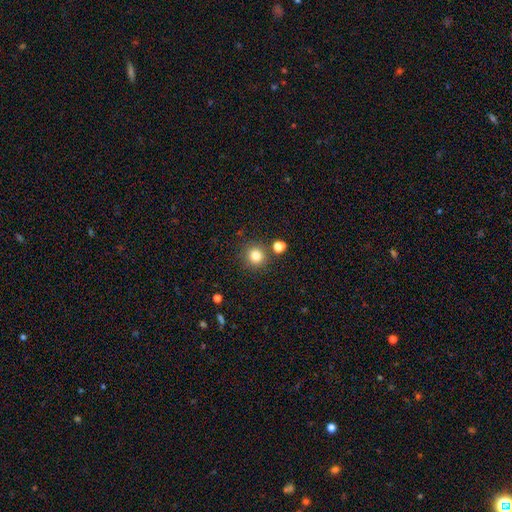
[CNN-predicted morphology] A smooth galaxy with no disk features (81%) that is round (92%).

Vote fractions:
- Smooth or featured? smooth: 81% / star or artifact: 12% / featured or disk: 6%
- How rounded? round: 92% / in between: 7% / cigar-shaped: 1%
- Merging? none: 82% / minor disturbance: 8% / merger: 8% / major disturbance: 3%